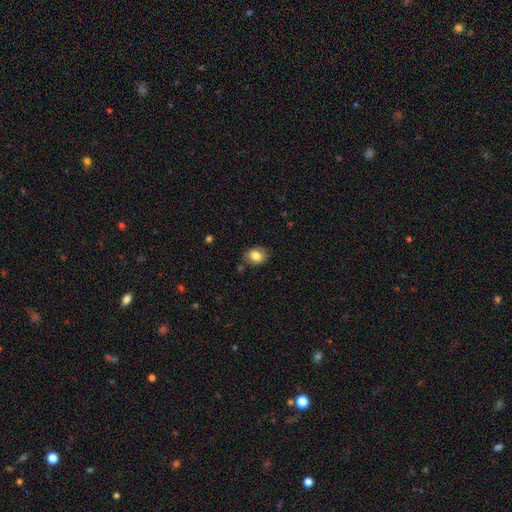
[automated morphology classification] Smooth or featured?
  - smooth: 80% *
  - featured or disk: 11%
  - star or artifact: 9%
How rounded?
  - in between: 53% *
  - round: 46%
  - cigar-shaped: 1%
Merging?
  - none: 76% *
  - minor disturbance: 17%
  - major disturbance: 4%
  - merger: 3%